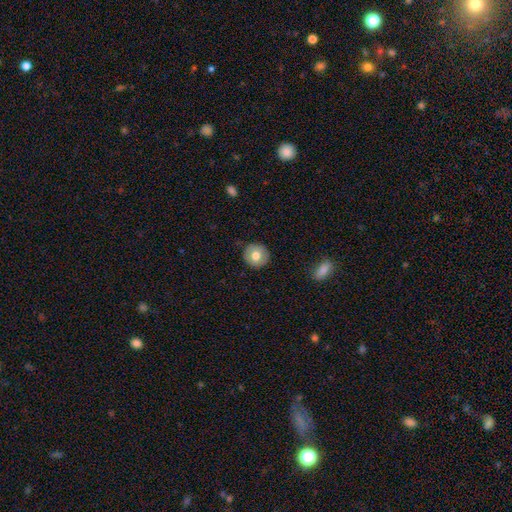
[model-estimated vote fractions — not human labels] Q: Smooth or featured?
A: smooth (74%); runner-up: featured or disk (18%)
Q: How rounded?
A: round (90%); runner-up: in between (9%)
Q: Merging?
A: none (87%); runner-up: minor disturbance (9%)